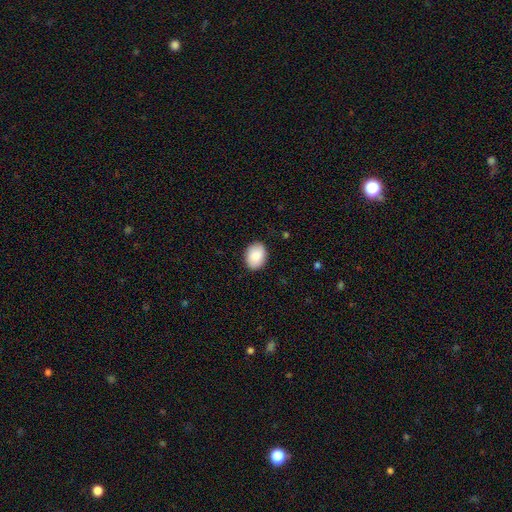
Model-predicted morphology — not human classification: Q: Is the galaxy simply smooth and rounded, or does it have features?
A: smooth — 89%.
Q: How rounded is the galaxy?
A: in between — 73%.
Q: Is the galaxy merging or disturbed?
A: none — 87%.